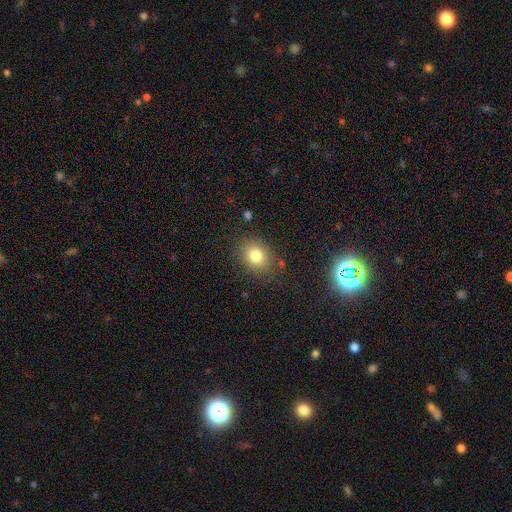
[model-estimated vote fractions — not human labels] Morphology: type=smooth (79%); roundness=round (57%); merging=none (84%).